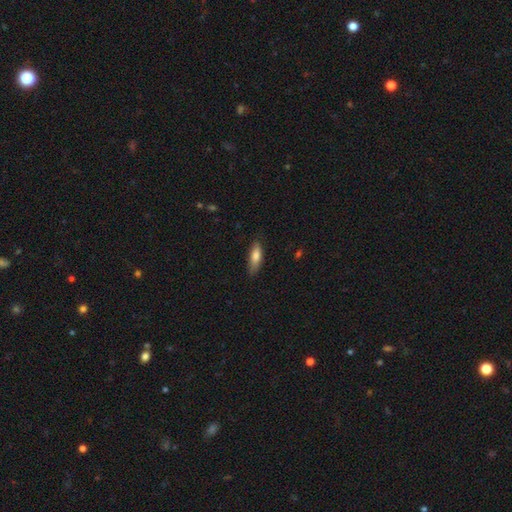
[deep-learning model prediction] Q: Smooth or featured?
A: smooth (78%); runner-up: featured or disk (16%)
Q: How rounded?
A: in between (58%); runner-up: cigar-shaped (40%)
Q: Merging?
A: none (77%); runner-up: minor disturbance (19%)